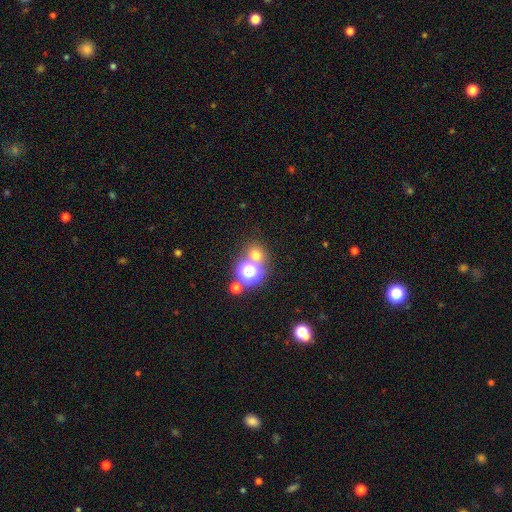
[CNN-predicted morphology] Q: Smooth or featured?
A: smooth (61%); runner-up: star or artifact (31%)
Q: How rounded?
A: round (83%); runner-up: in between (16%)
Q: Merging?
A: none (64%); runner-up: merger (24%)